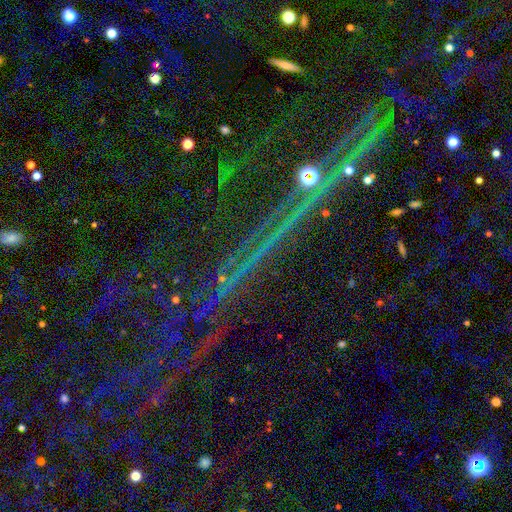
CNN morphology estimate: The model was most divided on "smooth or featured": star or artifact: 82%, featured or disk: 11%, smooth: 7%.